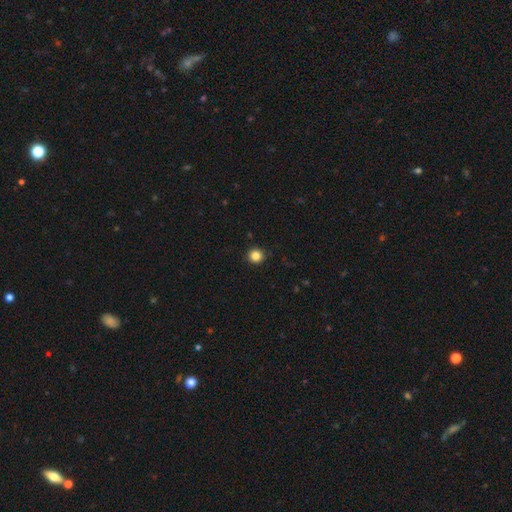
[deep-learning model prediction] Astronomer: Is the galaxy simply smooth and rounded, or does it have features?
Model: smooth — 84%.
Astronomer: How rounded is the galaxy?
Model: round — 94%.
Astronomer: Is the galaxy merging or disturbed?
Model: none — 92%.